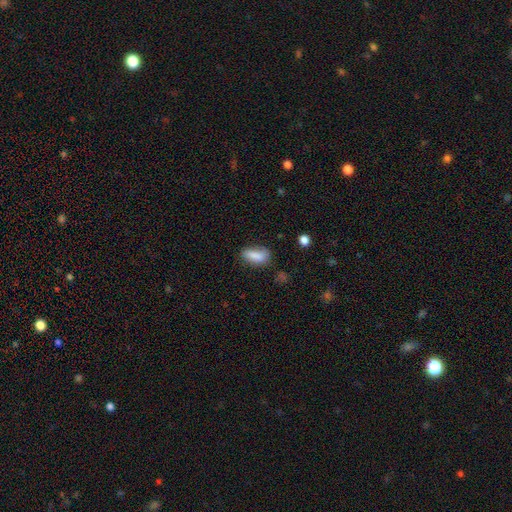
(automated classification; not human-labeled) This is clearly a smooth galaxy (84%). How rounded: likely in between (77%). Merging: likely none (64%).